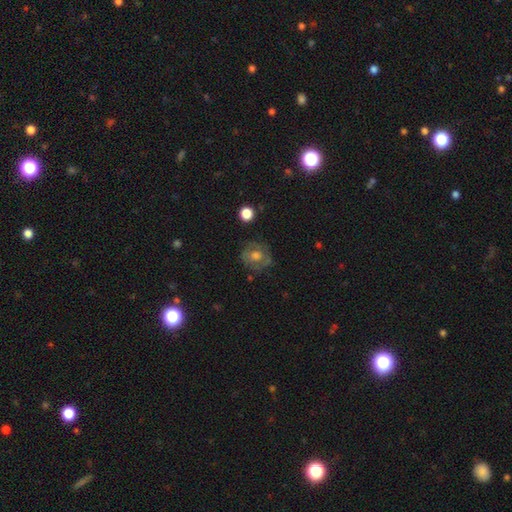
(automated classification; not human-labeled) featured or disk 47%, smooth 41%, star or artifact 12%. Down the decision tree: merging — none (74%).